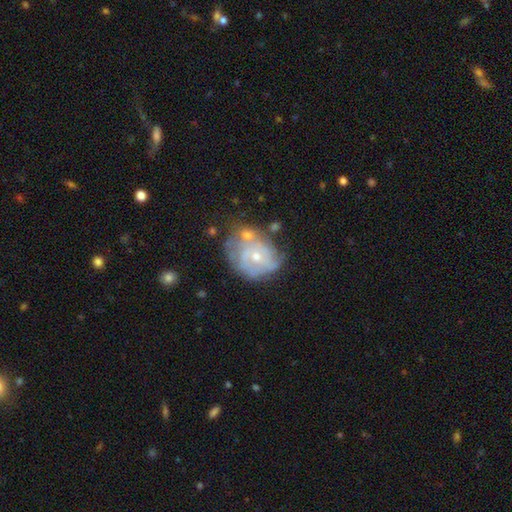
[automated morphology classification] A featured or disk galaxy (67%) with no bar (79%), spiral arms (65%) and a small central bulge (55%). Merging: none (39%).